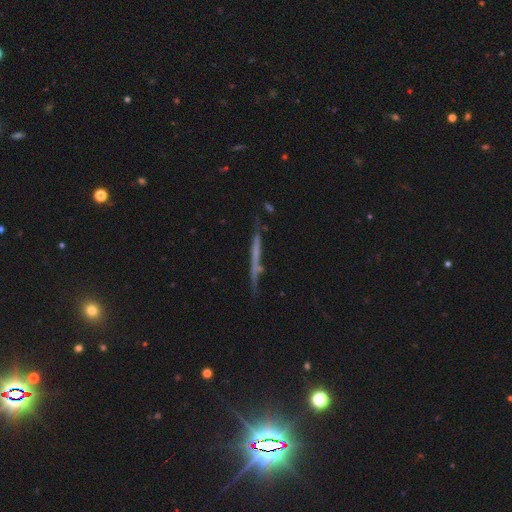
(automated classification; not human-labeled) This is possibly a featured or disk galaxy (52%). It is clearly viewed edge-on (92%). Merging: likely none (73%).